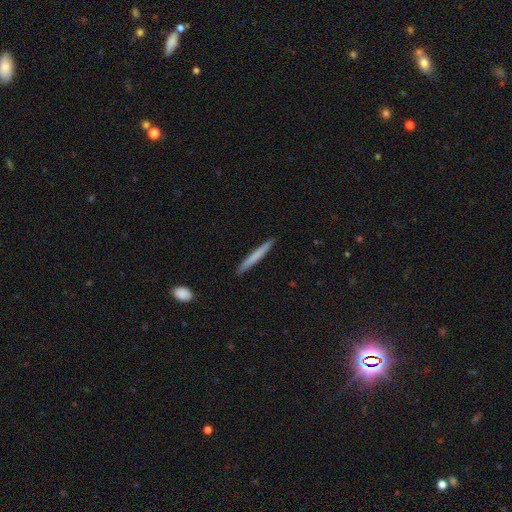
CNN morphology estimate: Q: Smooth or featured?
A: smooth (66%); runner-up: featured or disk (28%)
Q: How rounded?
A: cigar-shaped (97%); runner-up: in between (2%)
Q: Merging?
A: none (91%); runner-up: minor disturbance (6%)